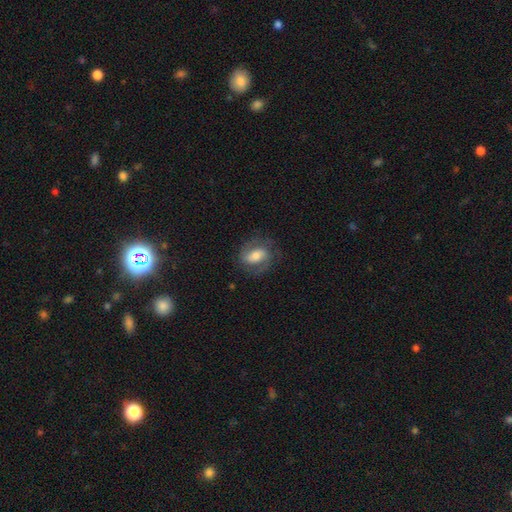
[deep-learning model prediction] Smooth or featured?
  - featured or disk: 64% *
  - smooth: 29%
  - star or artifact: 7%
Edge-on disk?
  - no: 96% *
  - yes: 4%
Bar?
  - weak: 41% *
  - no: 31%
  - strong: 29%
Spiral arms?
  - yes: 88% *
  - no: 12%
Spiral winding?
  - medium: 48% *
  - tight: 30%
  - loose: 22%
Spiral arm count?
  - 2: 83% *
  - can't tell: 9%
  - 1: 4%
  - 3: 2%
  - 4: 1%
  - more than 4: 1%
Bulge size?
  - moderate: 52% *
  - small: 24%
  - large: 18%
  - none: 3%
  - dominant: 2%
Merging?
  - none: 72% *
  - minor disturbance: 17%
  - major disturbance: 10%
  - merger: 1%